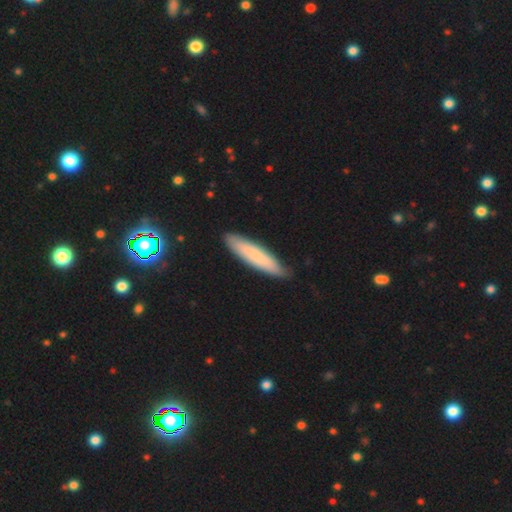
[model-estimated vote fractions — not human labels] Smooth or featured?
  - smooth: 75% *
  - featured or disk: 18%
  - star or artifact: 7%
How rounded?
  - cigar-shaped: 84% *
  - in between: 15%
  - round: 1%
Merging?
  - none: 87% *
  - minor disturbance: 10%
  - major disturbance: 2%
  - merger: 1%